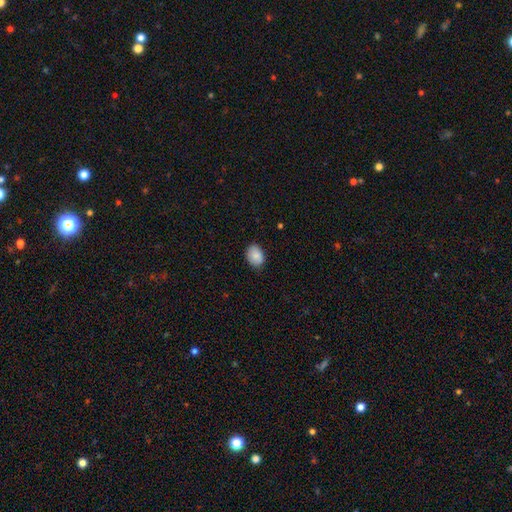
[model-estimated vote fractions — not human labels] Smooth or featured?
  - smooth: 86% *
  - star or artifact: 7%
  - featured or disk: 7%
How rounded?
  - in between: 69% *
  - round: 31%
  - cigar-shaped: 1%
Merging?
  - none: 79% *
  - minor disturbance: 17%
  - major disturbance: 3%
  - merger: 1%